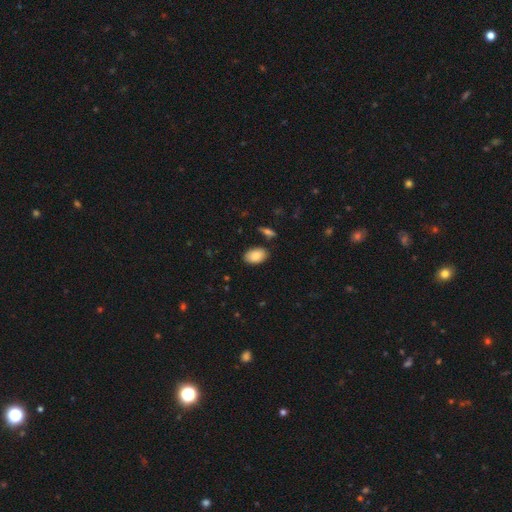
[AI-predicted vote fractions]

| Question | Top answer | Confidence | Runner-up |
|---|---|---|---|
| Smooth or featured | smooth | 88% | star or artifact (7%) |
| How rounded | in between | 92% | round (7%) |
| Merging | none | 83% | minor disturbance (11%) |